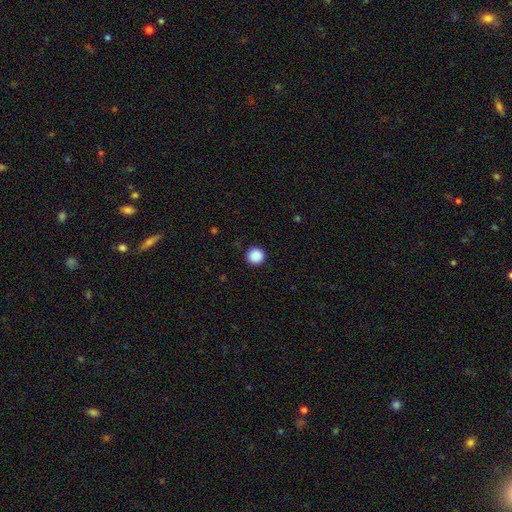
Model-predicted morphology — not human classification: A smooth galaxy with no disk features (89%) that is round (96%).

Vote fractions:
- Smooth or featured? smooth: 89% / star or artifact: 9% / featured or disk: 2%
- How rounded? round: 96% / in between: 3% / cigar-shaped: 1%
- Merging? none: 92% / minor disturbance: 5% / major disturbance: 2% / merger: 1%